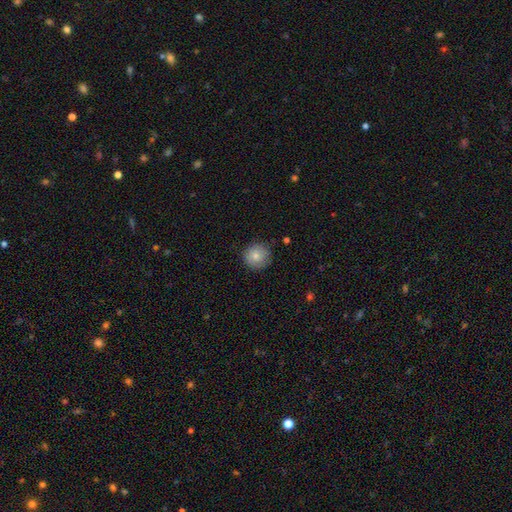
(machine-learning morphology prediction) smooth-or-featured: smooth: 79% | featured or disk: 13% | star or artifact: 8%
  how-rounded: round: 94% | in between: 5% | cigar-shaped: 1%
  merging: none: 84% | minor disturbance: 13% | major disturbance: 3% | merger: 1%